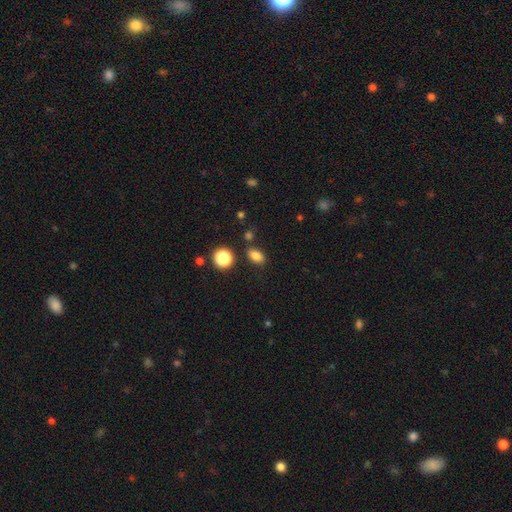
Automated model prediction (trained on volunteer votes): Smooth or featured?
  - smooth: 81% *
  - star or artifact: 13%
  - featured or disk: 6%
How rounded?
  - in between: 79% *
  - round: 19%
  - cigar-shaped: 2%
Merging?
  - none: 81% *
  - minor disturbance: 10%
  - merger: 5%
  - major disturbance: 3%